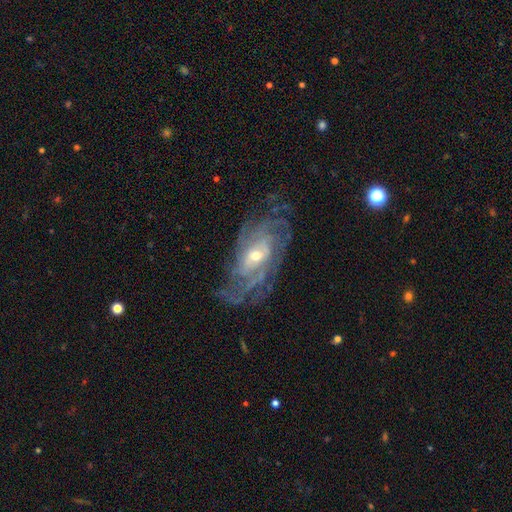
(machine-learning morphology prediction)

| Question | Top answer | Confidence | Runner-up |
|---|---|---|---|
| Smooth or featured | featured or disk | 87% | smooth (7%) |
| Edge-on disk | no | 93% | yes (7%) |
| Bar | no | 57% | weak (33%) |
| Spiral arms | yes | 94% | no (6%) |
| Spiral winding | tight | 57% | medium (32%) |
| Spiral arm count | can't tell | 41% | 4 (16%) |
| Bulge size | moderate | 48% | small (47%) |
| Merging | none | 67% | minor disturbance (19%) |